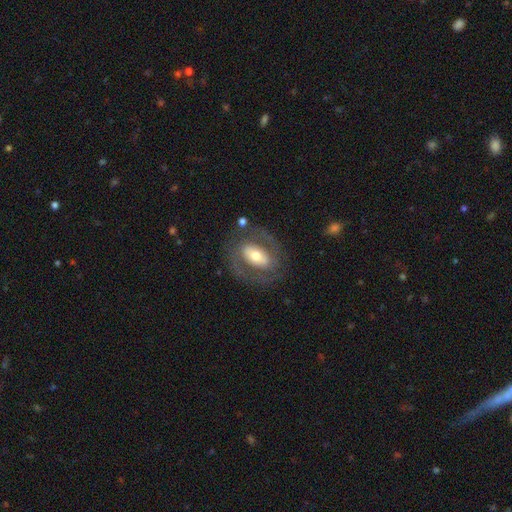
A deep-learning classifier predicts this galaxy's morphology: featured or disk 66%, smooth 28%, star or artifact 6%. Down the decision tree: edge-on disk — no (94%); bar — strong (36%); spiral arms — yes (58%); bulge size — moderate (61%); merging — none (72%).